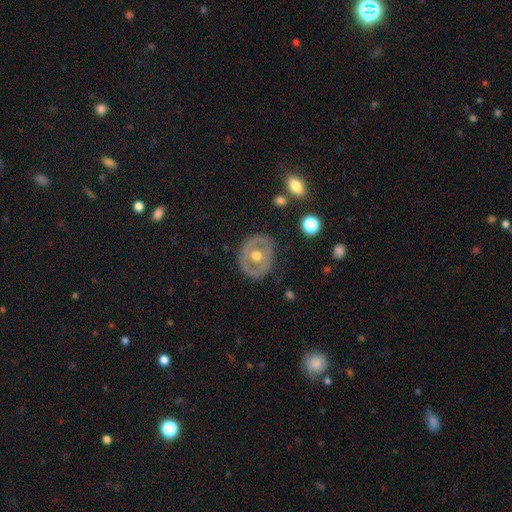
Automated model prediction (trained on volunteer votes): Overall: featured or disk (63%; smooth 32%). Edge-on disk: no (94%). Bar: no (81%). Spiral arms: no (86%). Bulge size: moderate (79%). Merging: none (80%).